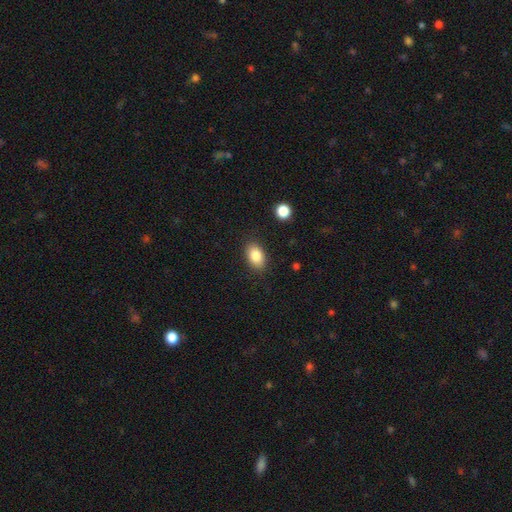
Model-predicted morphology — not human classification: A smooth galaxy with no disk features (85%) that is in between round and cigar-shaped (87%).

Vote fractions:
- Smooth or featured? smooth: 85% / star or artifact: 8% / featured or disk: 7%
- How rounded? in between: 87% / round: 11% / cigar-shaped: 1%
- Merging? none: 86% / minor disturbance: 10% / major disturbance: 3% / merger: 1%